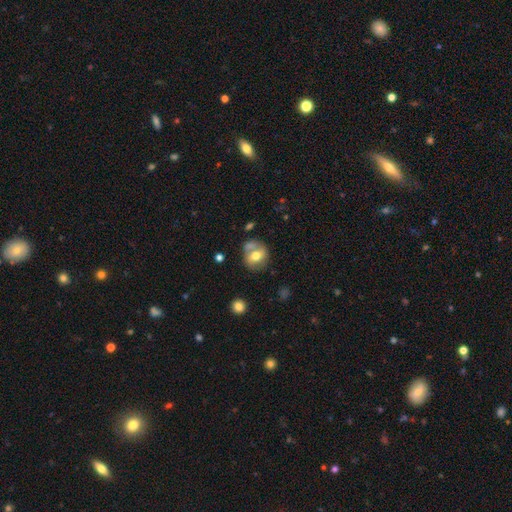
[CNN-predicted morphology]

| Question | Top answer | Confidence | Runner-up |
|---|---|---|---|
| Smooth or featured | smooth | 58% | featured or disk (33%) |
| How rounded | round | 70% | in between (28%) |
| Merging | none | 55% | merger (20%) |